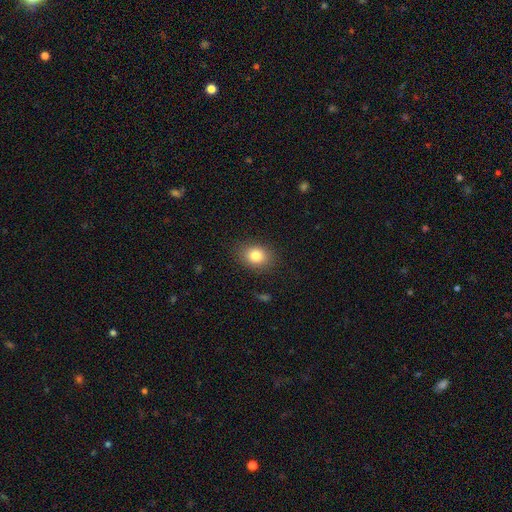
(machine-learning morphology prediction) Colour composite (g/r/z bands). It shows a smooth galaxy with no disk features (82%) that is in between round and cigar-shaped (54%). Merging: none (86%).